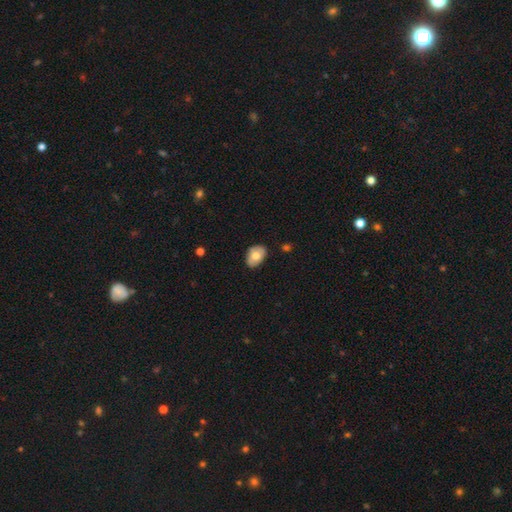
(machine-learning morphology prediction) type=smooth (67%); roundness=in between (79%); merging=none (81%).